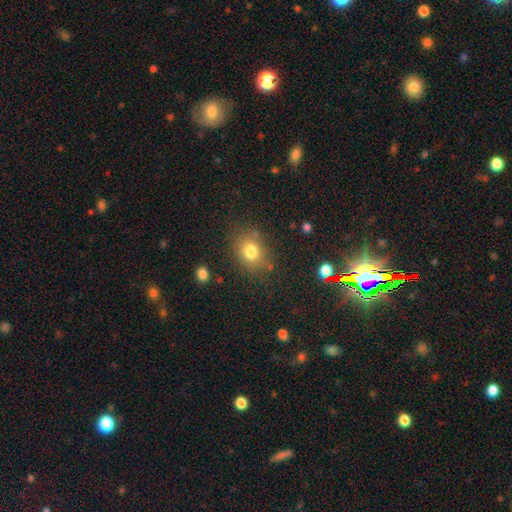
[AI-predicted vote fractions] Overall: smooth (49%; star or artifact 42%). Merging: none (86%).